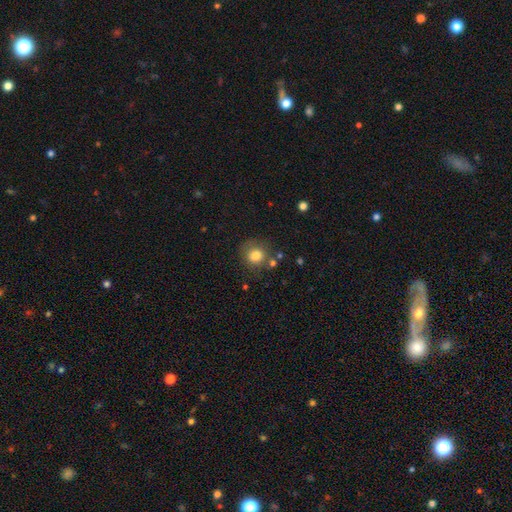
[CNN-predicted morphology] Smooth or featured: smooth — 81% (star or artifact — 11%)
How rounded: round — 83% (in between — 16%)
Merging: none — 72% (minor disturbance — 15%)